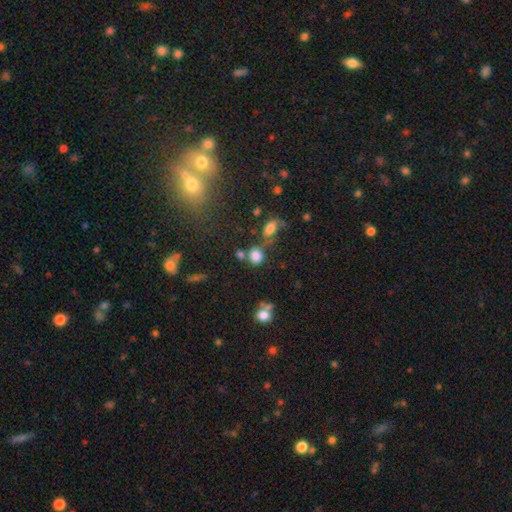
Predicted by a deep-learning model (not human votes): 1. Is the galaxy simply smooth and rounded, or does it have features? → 80% smooth, 13% star or artifact, 7% featured or disk.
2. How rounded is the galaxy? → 70% round, 29% in between, 2% cigar-shaped.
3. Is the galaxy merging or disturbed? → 56% none, 22% merger, 15% minor disturbance, 7% major disturbance.